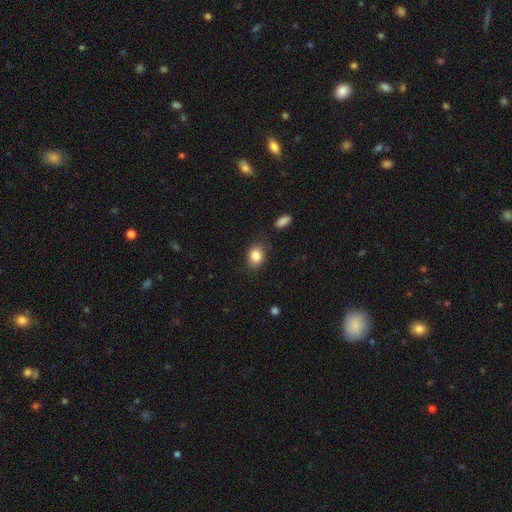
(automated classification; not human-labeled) Smooth or featured: smooth — 84% (star or artifact — 9%)
How rounded: in between — 51% (round — 48%)
Merging: none — 80% (minor disturbance — 14%)